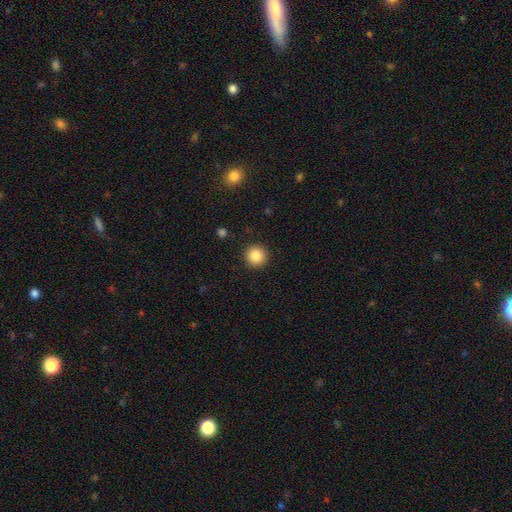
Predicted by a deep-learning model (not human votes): Smooth or featured? Predicted: smooth (p=0.86). How rounded? Predicted: round (p=0.95). Merging? Predicted: none (p=0.92).